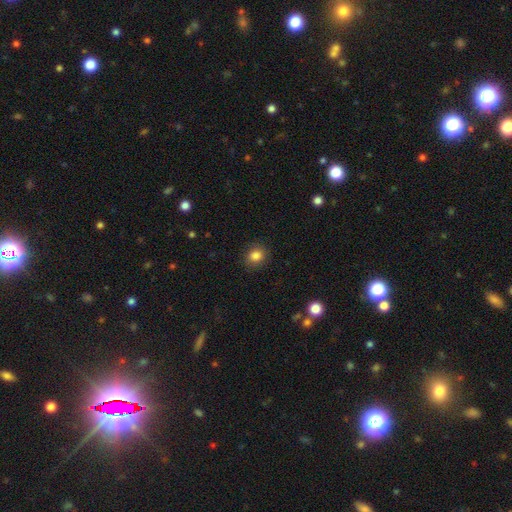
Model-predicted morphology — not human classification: This is clearly a smooth galaxy (83%). How rounded: likely round (72%). Merging: clearly none (85%).